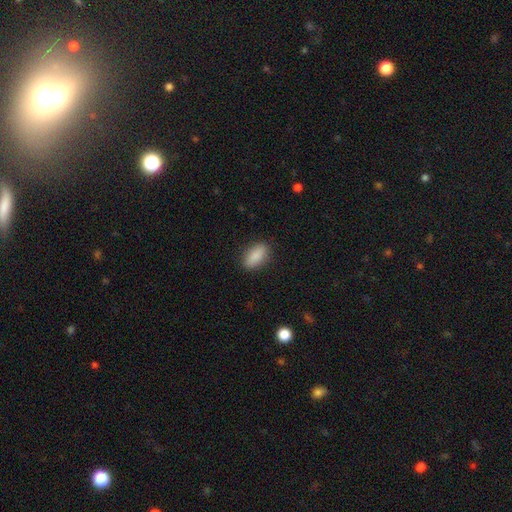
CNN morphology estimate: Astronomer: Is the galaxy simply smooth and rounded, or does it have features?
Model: smooth — 87%.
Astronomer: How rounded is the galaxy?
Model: in between — 87%.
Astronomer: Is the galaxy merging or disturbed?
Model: none — 87%.